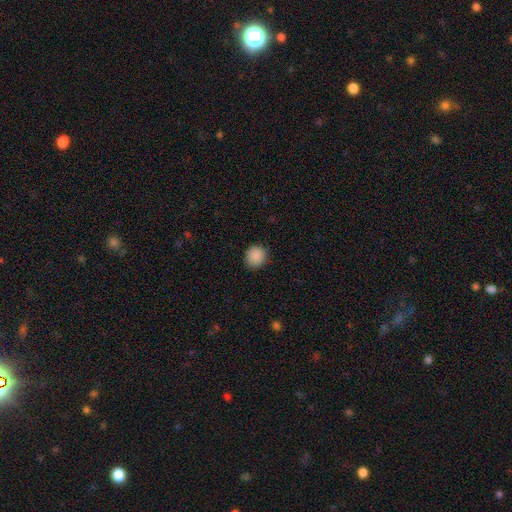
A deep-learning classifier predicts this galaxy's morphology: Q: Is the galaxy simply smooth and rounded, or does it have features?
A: smooth — 89%.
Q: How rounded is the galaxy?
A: round — 86%.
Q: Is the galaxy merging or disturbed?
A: none — 88%.